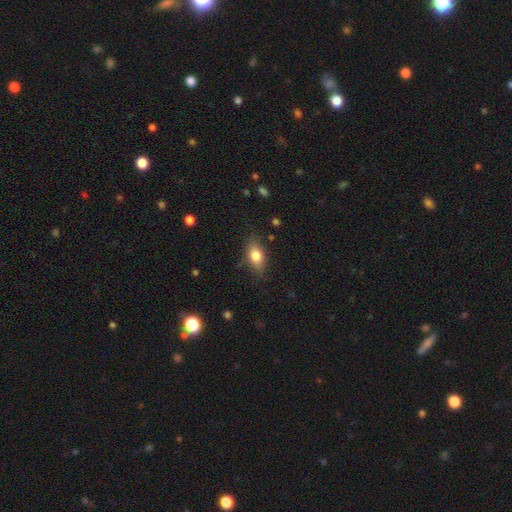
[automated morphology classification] Q: Smooth or featured?
A: smooth (79%); runner-up: featured or disk (13%)
Q: How rounded?
A: in between (85%); runner-up: round (10%)
Q: Merging?
A: none (79%); runner-up: minor disturbance (16%)